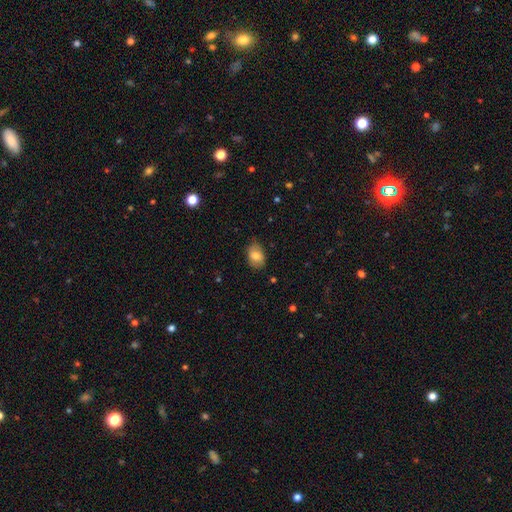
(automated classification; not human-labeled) A smooth galaxy with no disk features (79%) that is in between round and cigar-shaped (81%).

Vote fractions:
- Smooth or featured? smooth: 79% / featured or disk: 13% / star or artifact: 8%
- How rounded? in between: 81% / round: 18% / cigar-shaped: 1%
- Merging? none: 76% / minor disturbance: 19% / major disturbance: 3% / merger: 1%